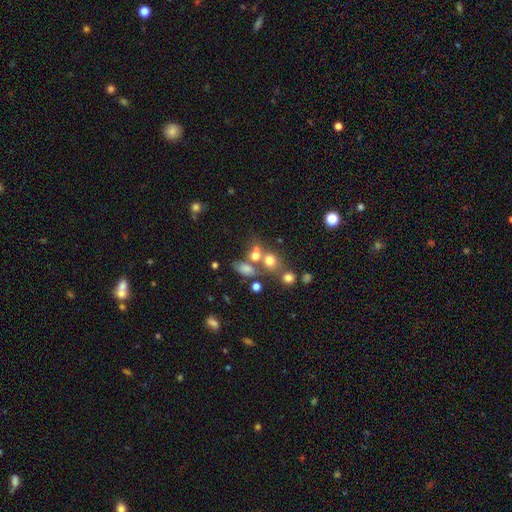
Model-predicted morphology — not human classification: Smooth or featured? smooth (67%)
How rounded? round (59%)
Merging? merger (41%, tied with none)